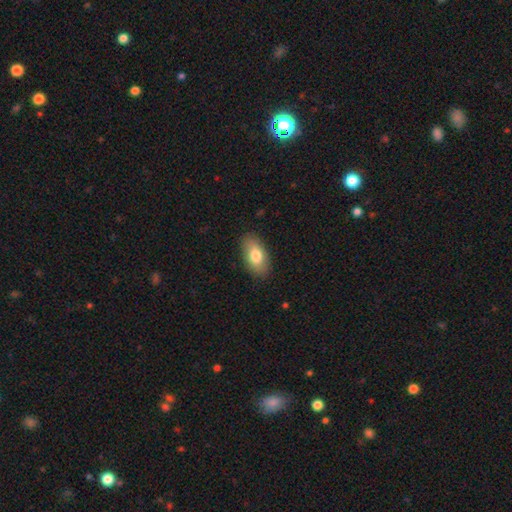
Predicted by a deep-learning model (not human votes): Morphology: type=smooth (78%); roundness=in between (92%); merging=none (86%).